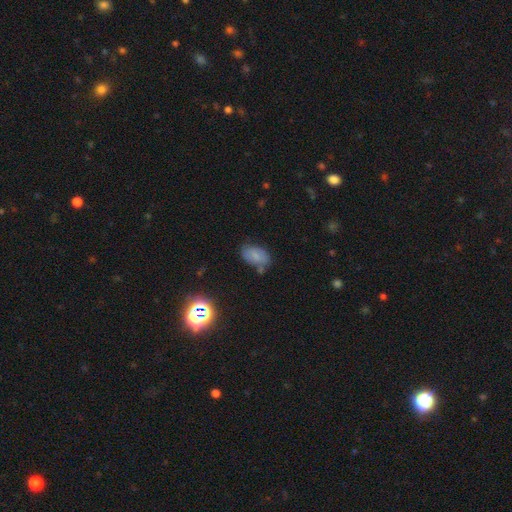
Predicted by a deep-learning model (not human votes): The model was most divided on "merging": none: 61%, minor disturbance: 25%, merger: 7%, major disturbance: 7%. More confident: how rounded — in between (91%); smooth or featured — smooth (72%).